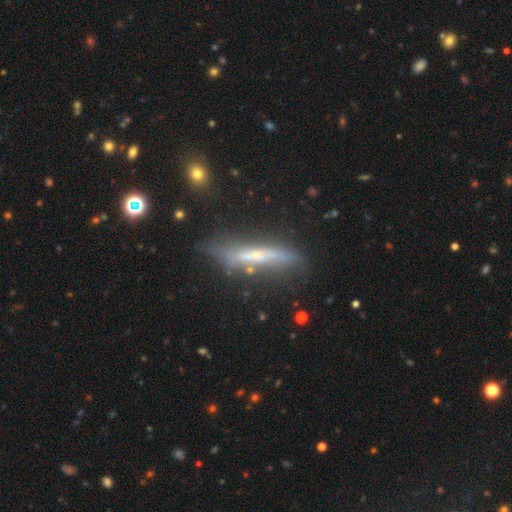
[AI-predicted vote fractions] smooth_or_featured: featured or disk (p=0.64) [alt: smooth p=0.28]
disk_edge_on: yes (p=0.85) [alt: no p=0.15]
edge_on_bulge: rounded (p=0.46) [alt: none p=0.45]
merging: none (p=0.67) [alt: minor disturbance p=0.21]